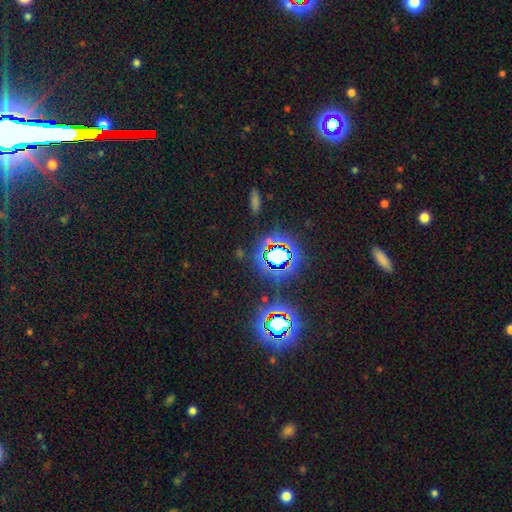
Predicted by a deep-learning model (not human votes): Overall: star or artifact (80%).